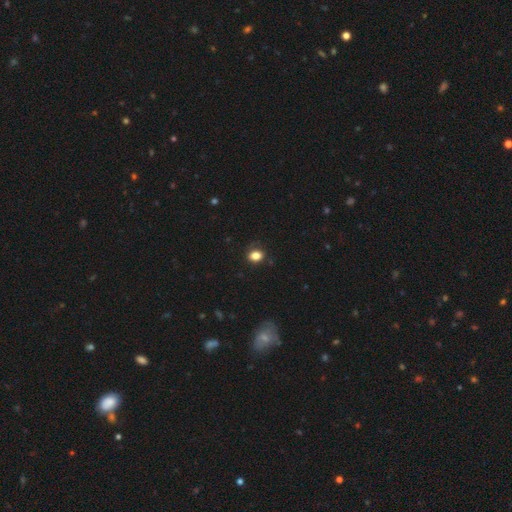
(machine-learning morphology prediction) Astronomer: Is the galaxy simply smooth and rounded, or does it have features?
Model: smooth — 83%.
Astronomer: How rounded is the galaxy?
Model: in between — 53% (runner-up: round, 46%).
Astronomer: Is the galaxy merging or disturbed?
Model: none — 78%.